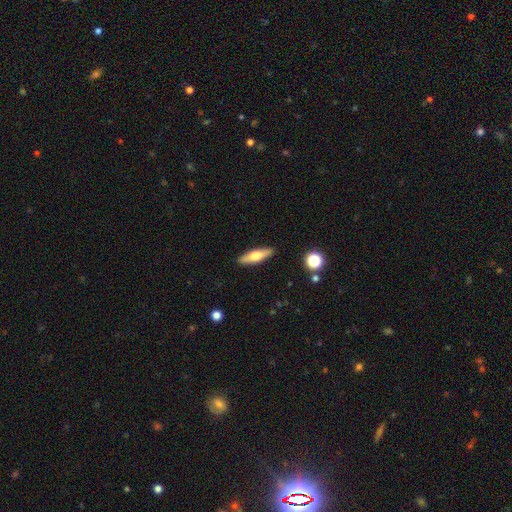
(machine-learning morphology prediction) A smooth galaxy with no disk features (57%) that is cigar-shaped (59%). Merging: none (89%).